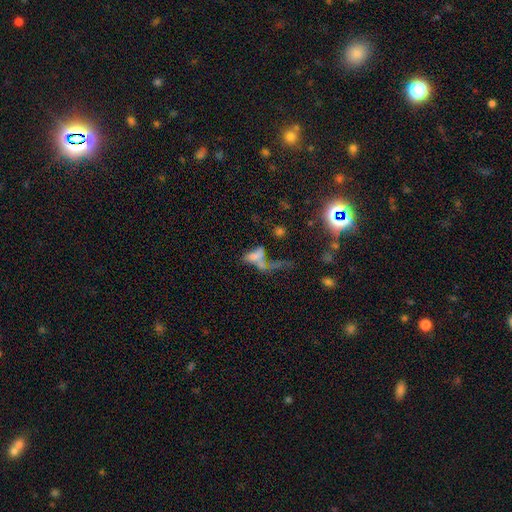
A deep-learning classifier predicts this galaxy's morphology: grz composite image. It shows a smooth galaxy with no disk features (54%) that is in between round and cigar-shaped (75%). Merging: merger (47%).